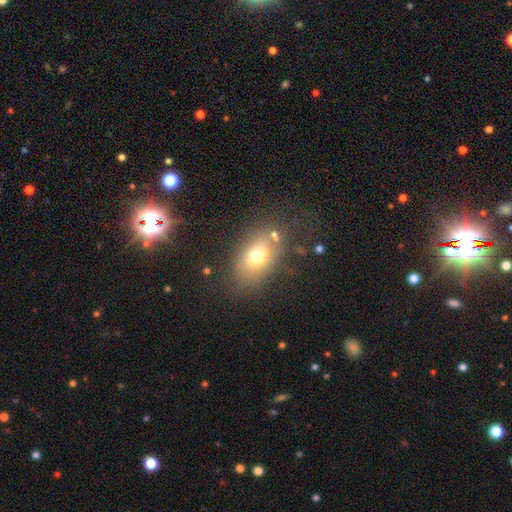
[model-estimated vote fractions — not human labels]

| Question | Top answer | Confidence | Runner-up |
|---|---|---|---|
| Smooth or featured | smooth | 69% | featured or disk (18%) |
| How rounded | in between | 82% | round (16%) |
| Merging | none | 68% | minor disturbance (16%) |